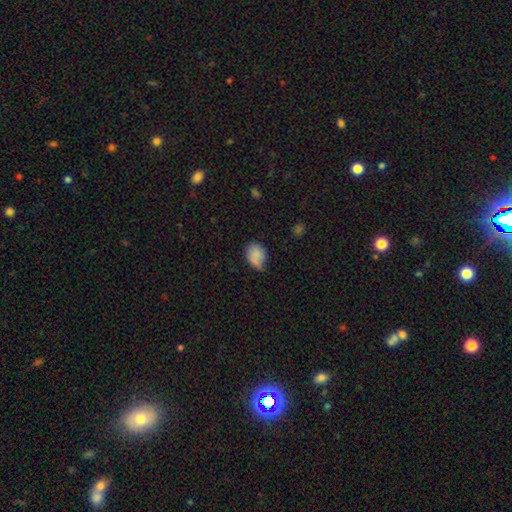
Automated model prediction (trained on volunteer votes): Q: Smooth or featured?
A: smooth (81%); runner-up: featured or disk (10%)
Q: How rounded?
A: in between (65%); runner-up: round (34%)
Q: Merging?
A: none (42%); tied with: minor disturbance (42%)